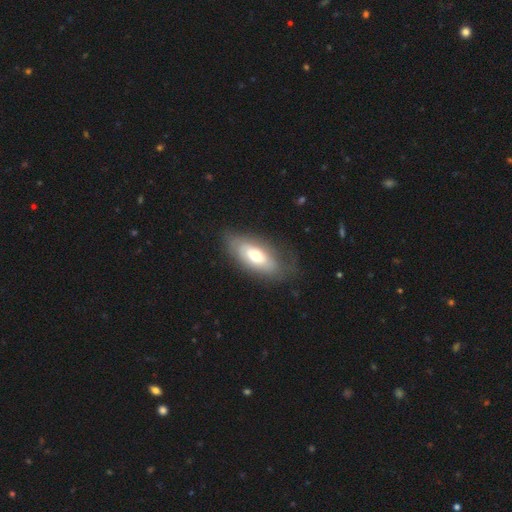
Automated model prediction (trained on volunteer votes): Overall: smooth (52%; featured or disk 42%). How rounded: in between (86%). Merging: none (72%).